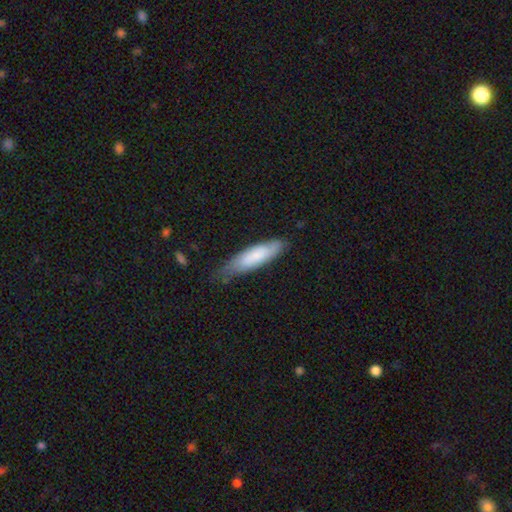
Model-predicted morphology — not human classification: Smooth or featured? Predicted: smooth (p=0.71). How rounded? Predicted: cigar-shaped (p=0.65). Merging? Predicted: none (p=0.63).